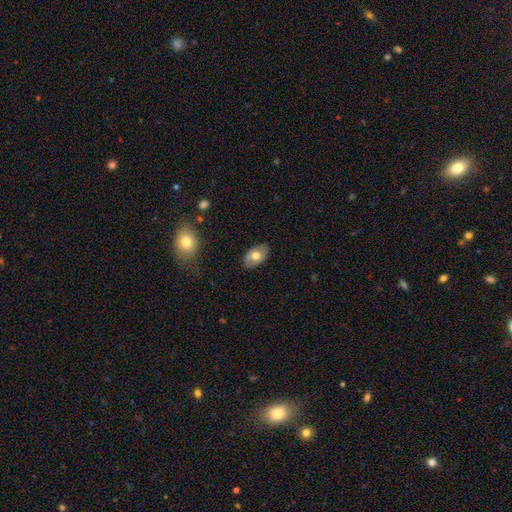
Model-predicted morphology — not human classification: The model was most divided on "smooth or featured": smooth: 66%, featured or disk: 27%, star or artifact: 7%. More confident: how rounded — in between (90%); merging — none (84%).